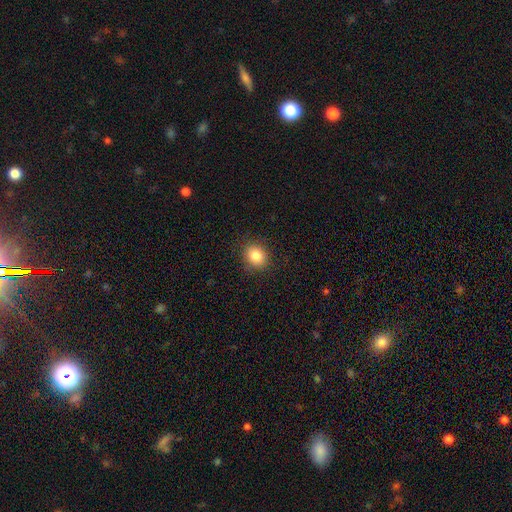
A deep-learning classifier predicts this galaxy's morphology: This appears to be a smooth galaxy with no disk features (84%) that is round (71%). Merging: none (88%).